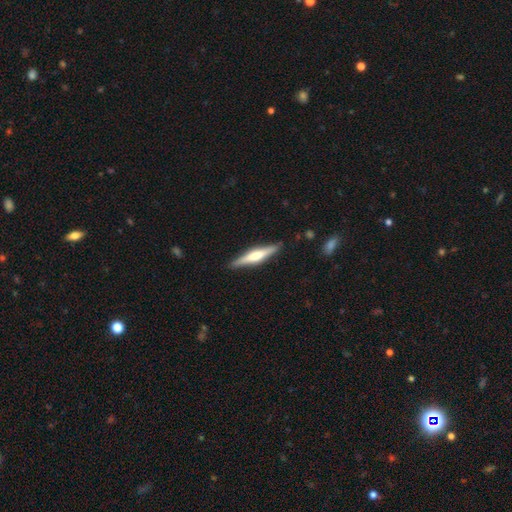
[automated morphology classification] type=featured or disk (62%); edge-on=yes (97%); edge-on bulge=rounded (74%); merging=none (89%).